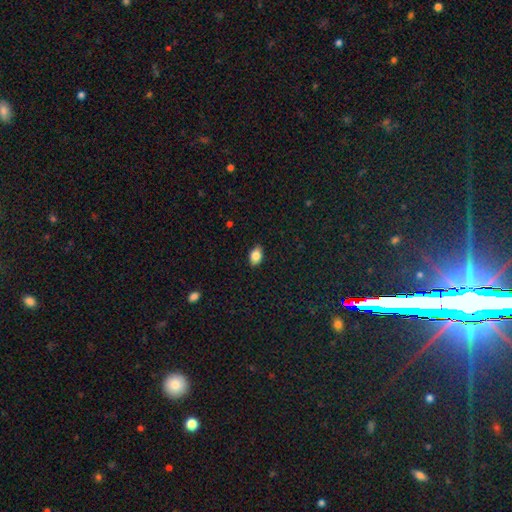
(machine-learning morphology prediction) type=smooth (83%); roundness=in between (87%); merging=none (87%).